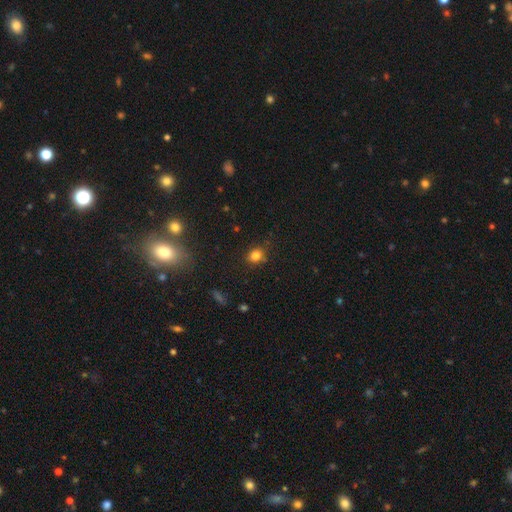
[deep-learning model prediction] A smooth galaxy with no disk features (81%) that is round (69%).

Vote fractions:
- Smooth or featured? smooth: 81% / star or artifact: 13% / featured or disk: 6%
- How rounded? round: 69% / in between: 30% / cigar-shaped: 1%
- Merging? none: 83% / minor disturbance: 12% / major disturbance: 3% / merger: 2%